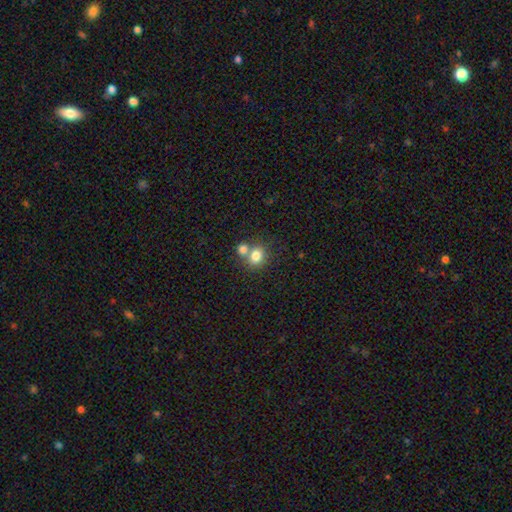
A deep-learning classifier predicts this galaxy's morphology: The model was most divided on "merging": none: 47%, merger: 43%, minor disturbance: 8%, major disturbance: 3%. More confident: smooth or featured — smooth (80%); how rounded — round (71%).